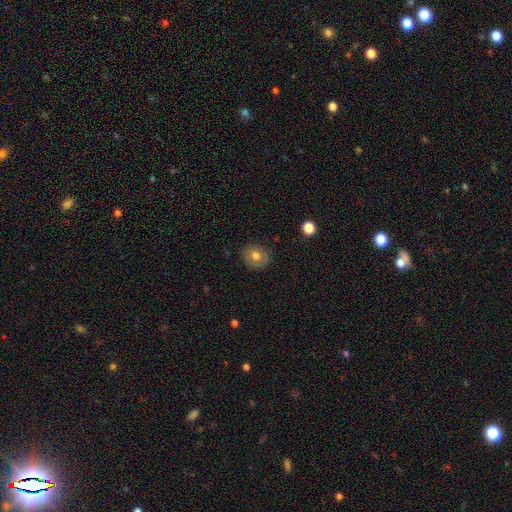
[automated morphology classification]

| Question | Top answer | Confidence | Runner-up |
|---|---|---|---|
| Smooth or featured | smooth | 73% | featured or disk (19%) |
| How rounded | round | 74% | in between (25%) |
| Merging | none | 87% | minor disturbance (10%) |